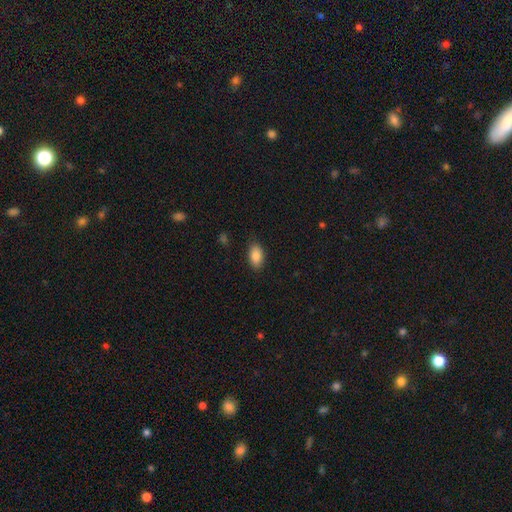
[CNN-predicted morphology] Q: Smooth or featured?
A: smooth (87%); runner-up: star or artifact (7%)
Q: How rounded?
A: in between (92%); runner-up: round (6%)
Q: Merging?
A: none (86%); runner-up: minor disturbance (11%)